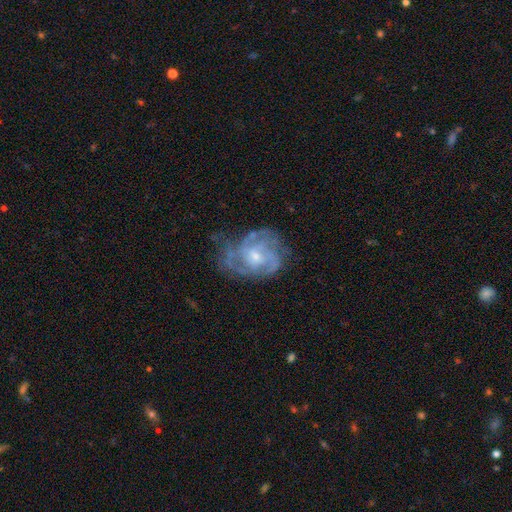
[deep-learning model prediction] A featured or disk galaxy (83%) with no bar (64%), tight (51%) spiral arms (90%) and a small central bulge (59%).

Vote fractions:
- Smooth or featured? featured or disk: 83% / smooth: 11% / star or artifact: 7%
- Edge-on disk? no: 98% / yes: 2%
- Bar? no: 64% / weak: 31% / strong: 5%
- Spiral arms? yes: 90% / no: 10%
- Spiral winding? tight: 51% / medium: 38% / loose: 10%
- Spiral arm count? can't tell: 34% / 3: 23% / 4: 17% / 2: 15% / more than 4: 5% / 1: 5%
- Bulge size? small: 59% / moderate: 36% / none: 3% / large: 2% / dominant: 1%
- Merging? none: 57% / minor disturbance: 24% / major disturbance: 16% / merger: 2%